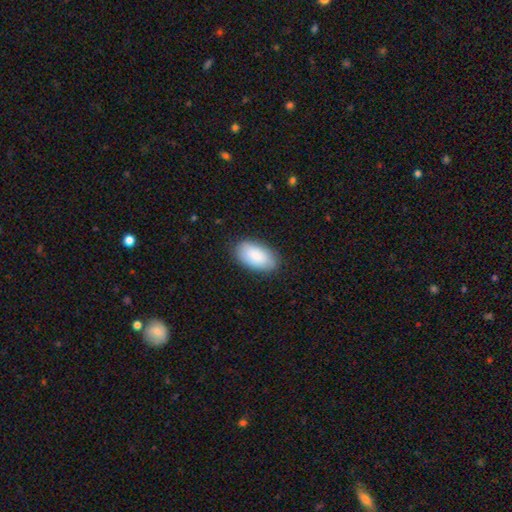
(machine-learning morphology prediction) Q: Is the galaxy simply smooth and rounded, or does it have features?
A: smooth — 87%.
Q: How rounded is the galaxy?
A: in between — 95%.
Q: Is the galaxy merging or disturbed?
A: none — 84%.